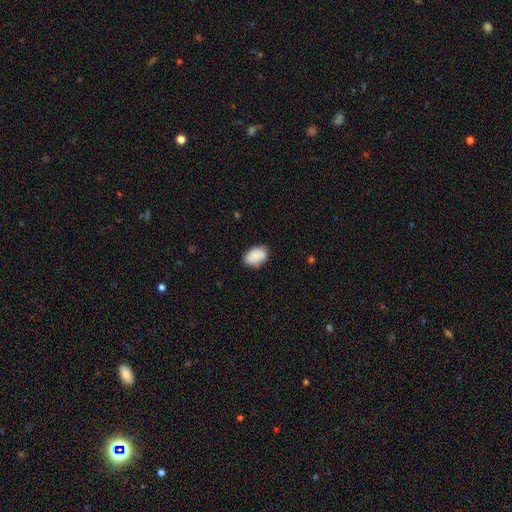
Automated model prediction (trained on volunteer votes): Smooth or featured? Predicted: smooth (p=0.87). How rounded? Predicted: in between (p=0.87). Merging? Predicted: none (p=0.80).